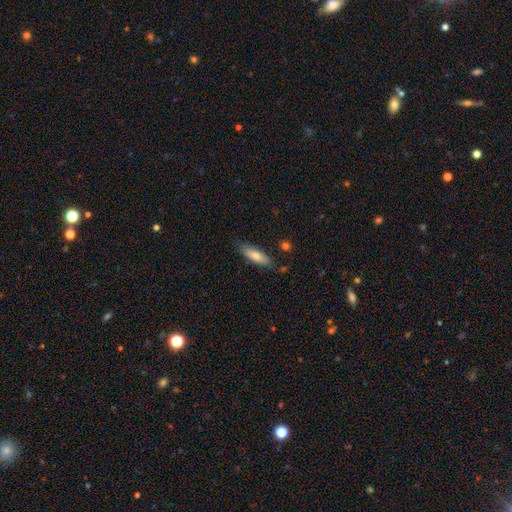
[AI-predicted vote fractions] Overall: smooth (75%). How rounded: cigar-shaped (49%, tied with in between). Merging: none (78%).